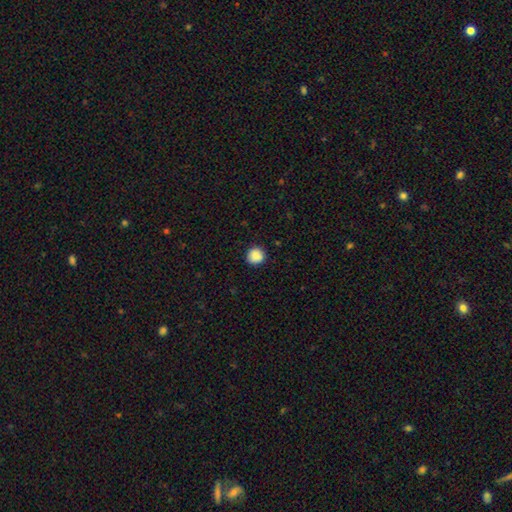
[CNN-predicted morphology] This appears to be a smooth galaxy with no disk features (88%) that is round (93%). Merging: none (89%).